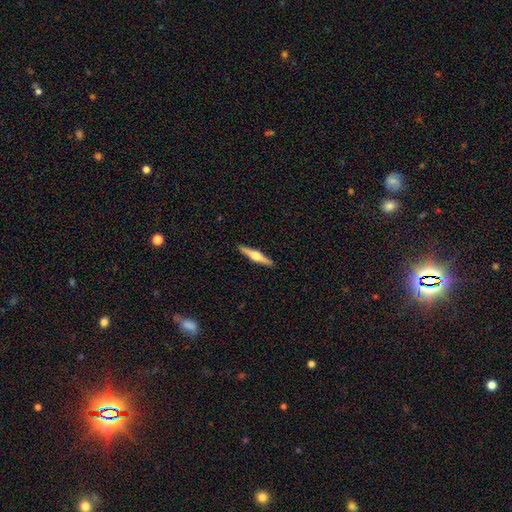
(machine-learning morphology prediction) featured or disk 67%, smooth 28%, star or artifact 5%. Down the decision tree: edge-on disk — yes (98%); edge-on bulge — rounded (93%); merging — none (92%).